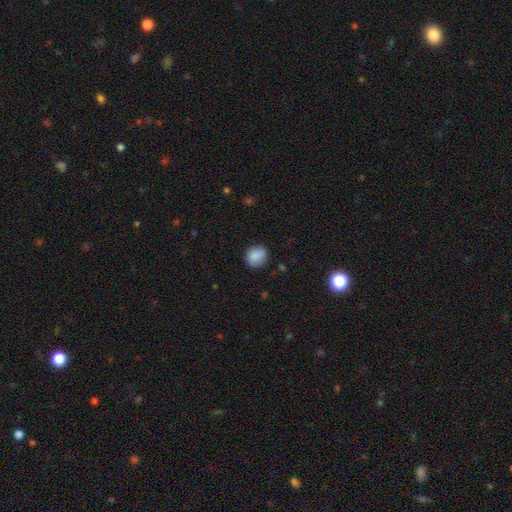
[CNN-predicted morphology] smooth-or-featured: smooth: 86% | star or artifact: 8% | featured or disk: 6%
  how-rounded: round: 75% | in between: 24% | cigar-shaped: 1%
  merging: none: 78% | minor disturbance: 17% | major disturbance: 4% | merger: 1%